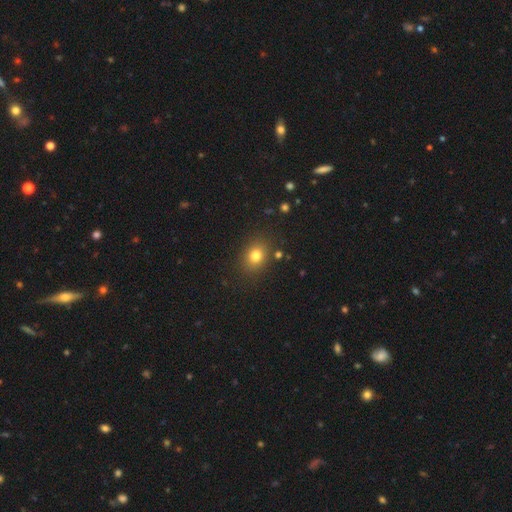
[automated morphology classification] Smooth or featured?
  - smooth: 79% *
  - star or artifact: 13%
  - featured or disk: 8%
How rounded?
  - round: 52% *
  - in between: 46%
  - cigar-shaped: 1%
Merging?
  - none: 85% *
  - minor disturbance: 10%
  - major disturbance: 3%
  - merger: 2%